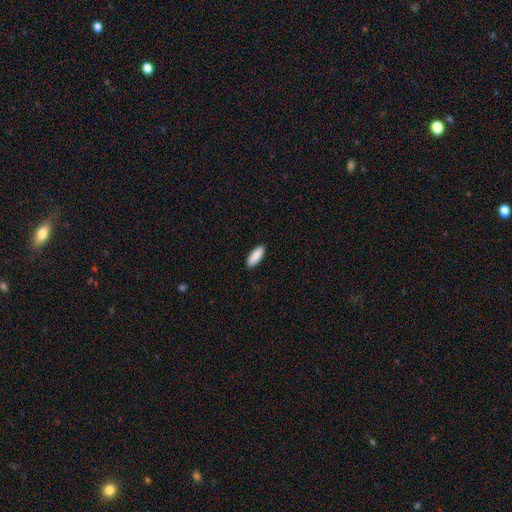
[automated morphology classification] A smooth galaxy with no disk features (91%) that is in between round and cigar-shaped (72%). Merging: none (91%).